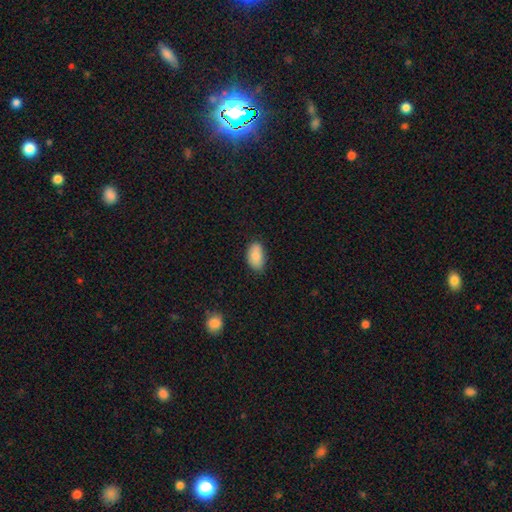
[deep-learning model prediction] Q: Smooth or featured?
A: smooth (87%); runner-up: star or artifact (7%)
Q: How rounded?
A: in between (93%); runner-up: round (5%)
Q: Merging?
A: none (79%); runner-up: minor disturbance (17%)